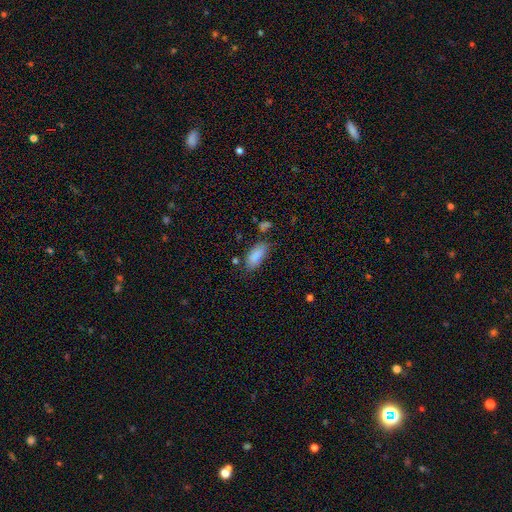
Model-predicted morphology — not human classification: Smooth or featured?
  - smooth: 86% *
  - star or artifact: 7%
  - featured or disk: 6%
How rounded?
  - in between: 85% *
  - cigar-shaped: 13%
  - round: 2%
Merging?
  - none: 66% *
  - minor disturbance: 22%
  - major disturbance: 6%
  - merger: 6%